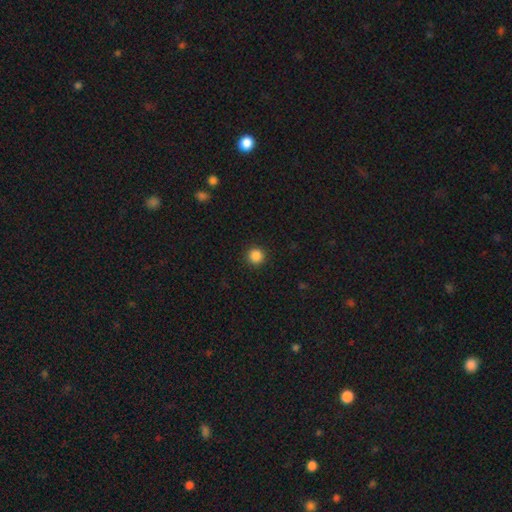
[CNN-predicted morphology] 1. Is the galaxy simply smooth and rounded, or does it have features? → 86% smooth, 11% star or artifact, 3% featured or disk.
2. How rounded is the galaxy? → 95% round, 4% in between, 1% cigar-shaped.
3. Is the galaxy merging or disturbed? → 93% none, 5% minor disturbance, 2% major disturbance, 1% merger.